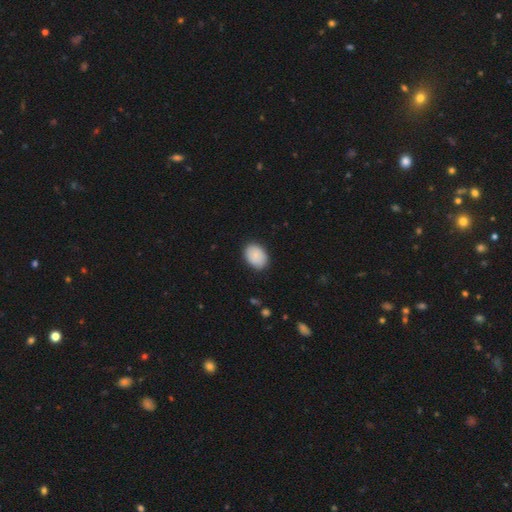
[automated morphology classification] A smooth galaxy with no disk features (88%) that is in between round and cigar-shaped (76%).

Vote fractions:
- Smooth or featured? smooth: 88% / star or artifact: 6% / featured or disk: 6%
- How rounded? in between: 76% / round: 23% / cigar-shaped: 1%
- Merging? none: 83% / minor disturbance: 13% / major disturbance: 3% / merger: 1%